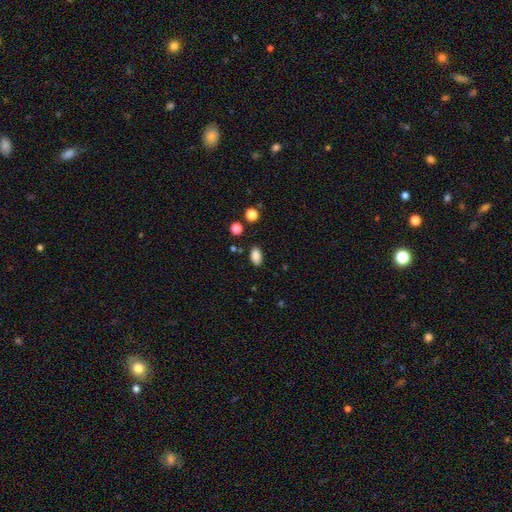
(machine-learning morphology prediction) A smooth galaxy with no disk features (86%) that is in between round and cigar-shaped (91%).

Vote fractions:
- Smooth or featured? smooth: 86% / star or artifact: 10% / featured or disk: 4%
- How rounded? in between: 91% / round: 7% / cigar-shaped: 2%
- Merging? none: 84% / minor disturbance: 11% / major disturbance: 3% / merger: 2%